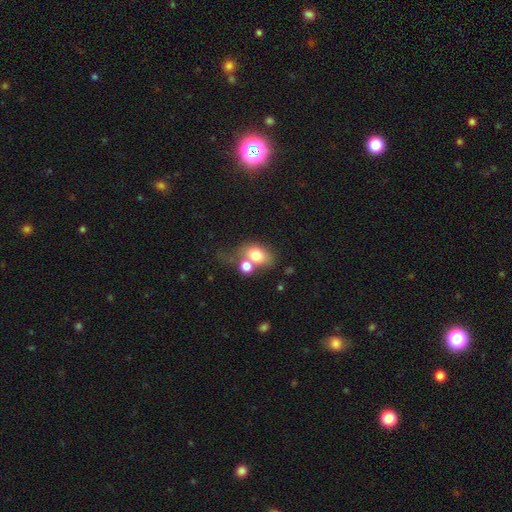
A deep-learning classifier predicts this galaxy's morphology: type=smooth (73%); roundness=in between (68%); merging=merger (44%).